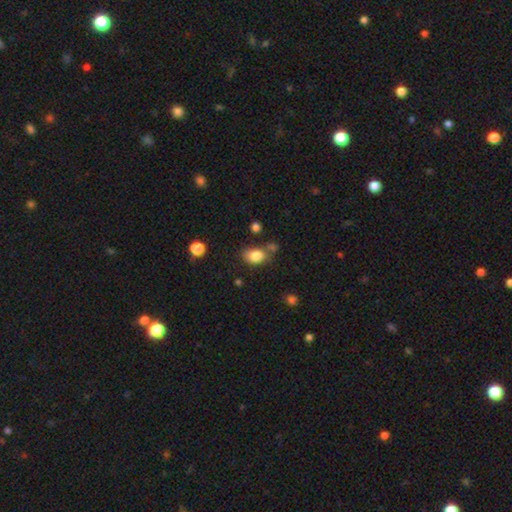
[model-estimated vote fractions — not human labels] Smooth or featured? smooth (83%)
How rounded? in between (75%)
Merging? none (58%)